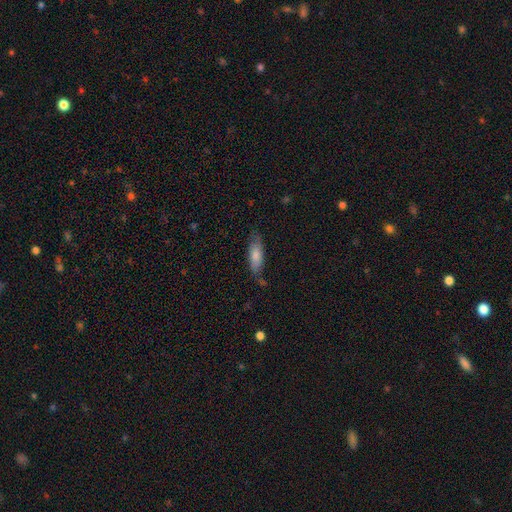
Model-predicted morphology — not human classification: A smooth galaxy with no disk features (76%) that is in between round and cigar-shaped (59%).

Vote fractions:
- Smooth or featured? smooth: 76% / featured or disk: 18% / star or artifact: 6%
- How rounded? in between: 59% / cigar-shaped: 40% / round: 2%
- Merging? none: 68% / minor disturbance: 23% / major disturbance: 5% / merger: 3%